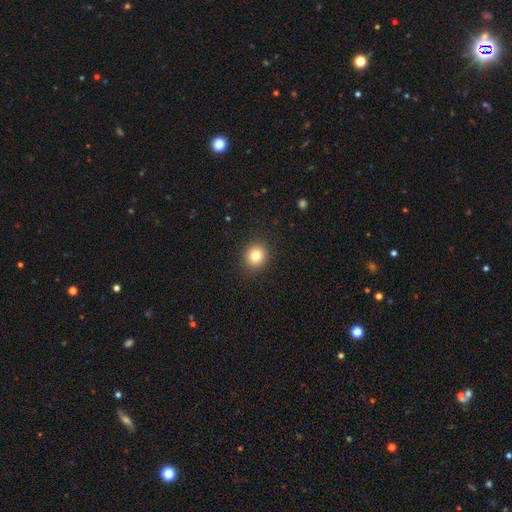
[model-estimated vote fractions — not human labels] This is clearly a smooth galaxy (81%). How rounded: clearly round (84%). Merging: clearly none (90%).